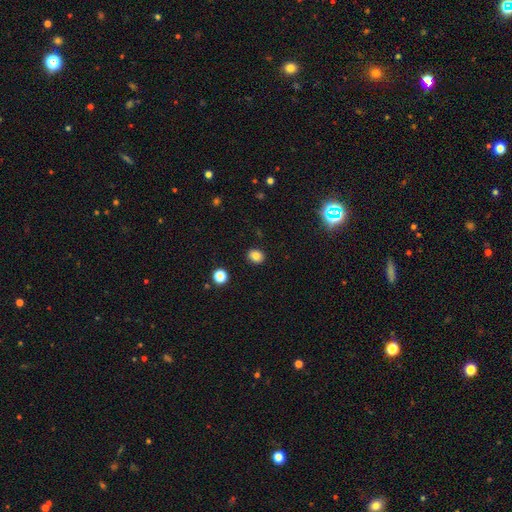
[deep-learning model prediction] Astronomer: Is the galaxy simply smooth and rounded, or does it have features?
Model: smooth — 81%.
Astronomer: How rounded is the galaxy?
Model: round — 70%.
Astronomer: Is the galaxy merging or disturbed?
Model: none — 90%.